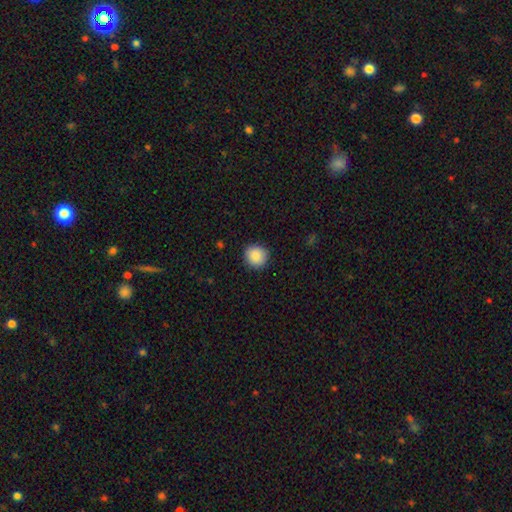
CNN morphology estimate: Q: Smooth or featured?
A: smooth (89%); runner-up: star or artifact (8%)
Q: How rounded?
A: round (93%); runner-up: in between (6%)
Q: Merging?
A: none (91%); runner-up: minor disturbance (7%)